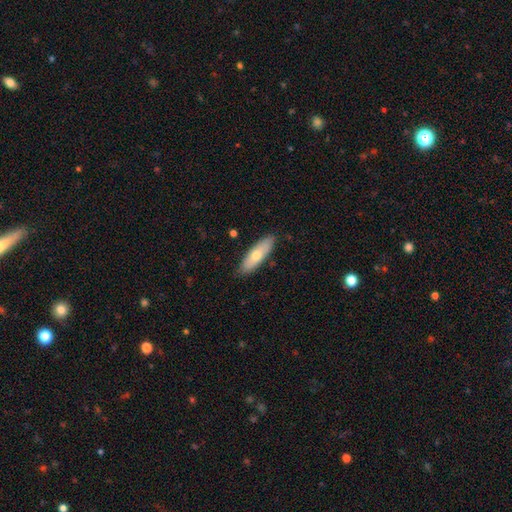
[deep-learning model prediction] Smooth or featured?
  - smooth: 61% *
  - featured or disk: 33%
  - star or artifact: 6%
How rounded?
  - cigar-shaped: 52% *
  - in between: 45%
  - round: 2%
Merging?
  - none: 87% *
  - minor disturbance: 10%
  - major disturbance: 2%
  - merger: 1%